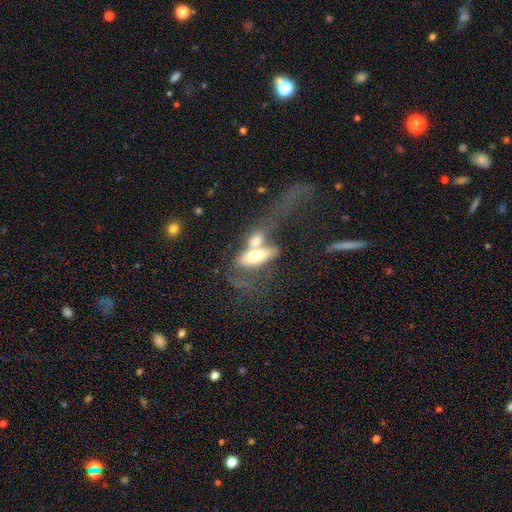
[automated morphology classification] Overall: smooth (52%; featured or disk 41%). How rounded: in between (60%; cigar-shaped 36%). Merging: merger (65%).